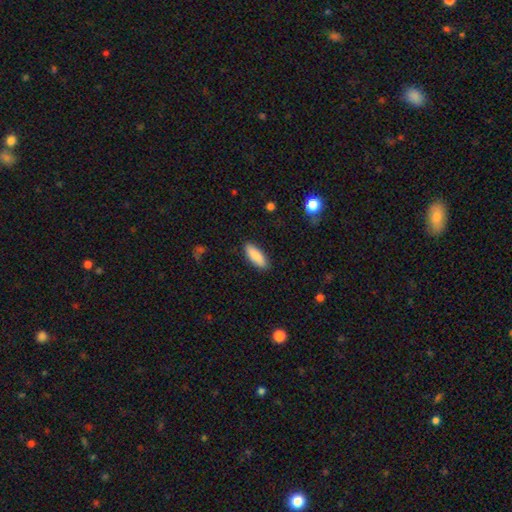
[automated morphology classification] smooth 88%, featured or disk 6%, star or artifact 6%. Down the decision tree: how rounded — in between (65%); merging — none (88%).